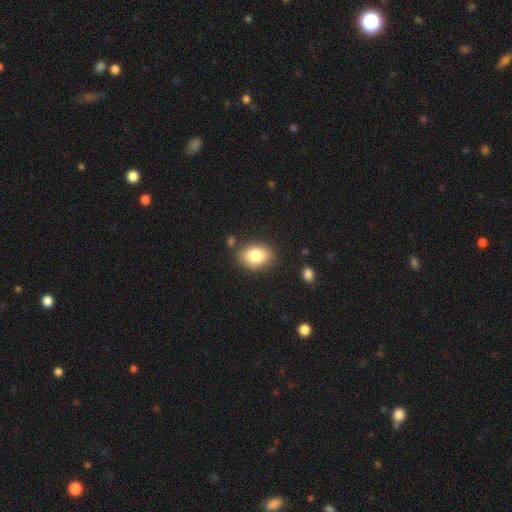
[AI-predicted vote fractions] The model was most divided on "how rounded": in between: 73%, round: 26%, cigar-shaped: 1%. More confident: smooth or featured — smooth (83%); merging — none (81%).